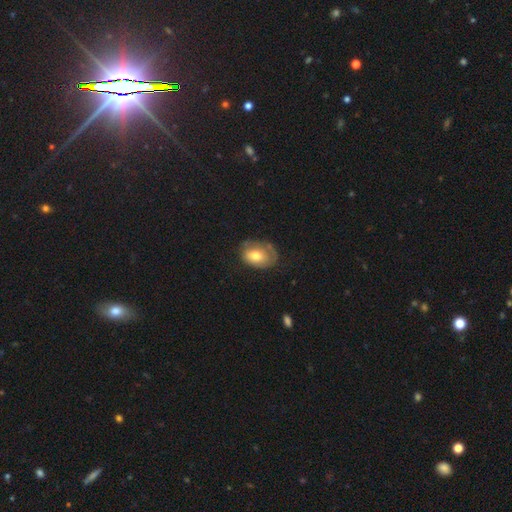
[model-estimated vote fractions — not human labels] Smooth or featured?
  - smooth: 58% *
  - featured or disk: 35%
  - star or artifact: 7%
How rounded?
  - in between: 77% *
  - round: 22%
  - cigar-shaped: 1%
Merging?
  - none: 51% *
  - minor disturbance: 30%
  - major disturbance: 17%
  - merger: 2%